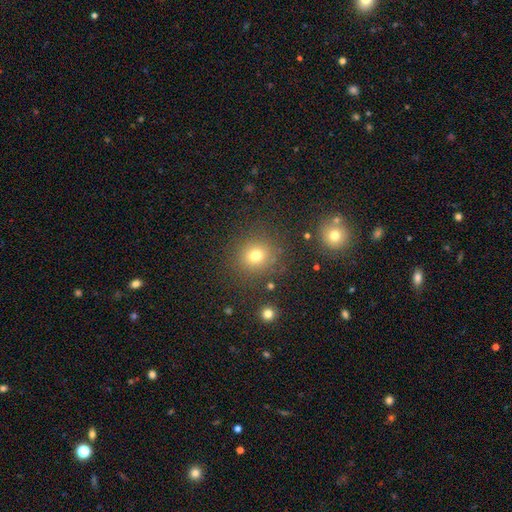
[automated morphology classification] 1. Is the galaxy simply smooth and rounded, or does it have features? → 74% smooth, 18% star or artifact, 8% featured or disk.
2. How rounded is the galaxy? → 87% round, 12% in between, 1% cigar-shaped.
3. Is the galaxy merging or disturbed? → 84% none, 9% minor disturbance, 4% major disturbance, 3% merger.